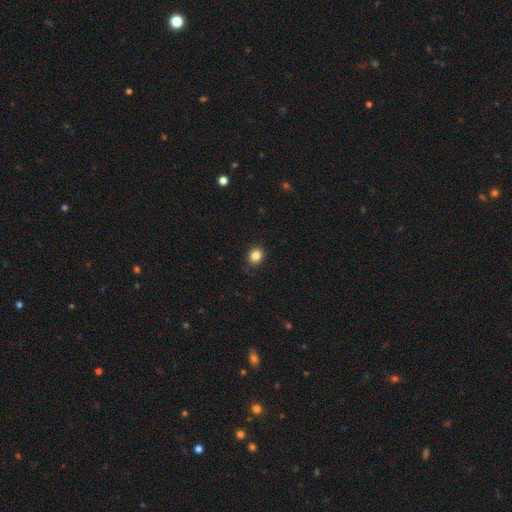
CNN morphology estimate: Q: Smooth or featured?
A: smooth (85%); runner-up: star or artifact (10%)
Q: How rounded?
A: round (62%); runner-up: in between (37%)
Q: Merging?
A: none (87%); runner-up: minor disturbance (10%)